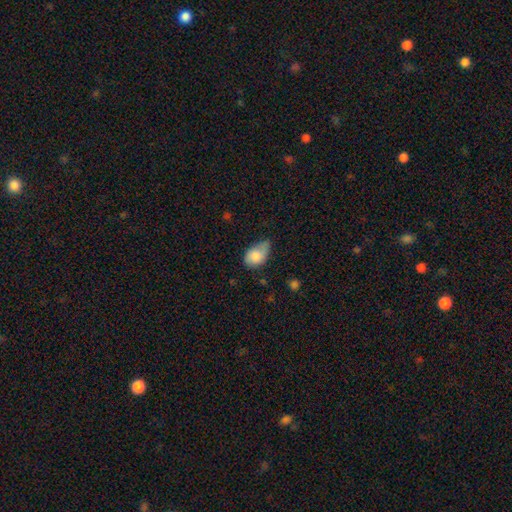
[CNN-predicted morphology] smooth-or-featured: smooth: 79% | featured or disk: 14% | star or artifact: 7%
  how-rounded: in between: 84% | round: 15% | cigar-shaped: 1%
  merging: minor disturbance: 49% | none: 31% | major disturbance: 17% | merger: 4%